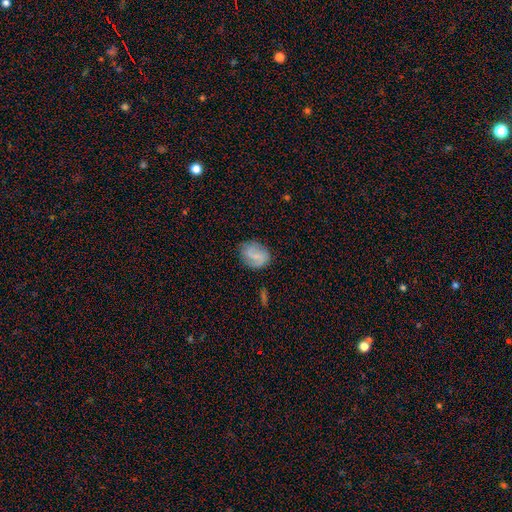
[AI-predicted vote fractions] This is possibly a smooth galaxy (50%). Merging: likely none (76%).